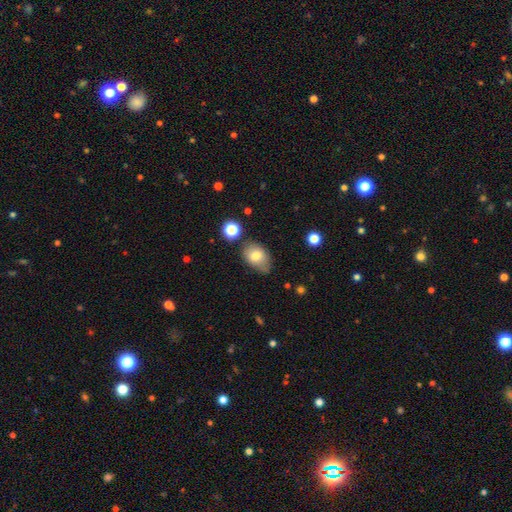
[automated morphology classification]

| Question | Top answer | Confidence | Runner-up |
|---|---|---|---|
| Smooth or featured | smooth | 76% | featured or disk (15%) |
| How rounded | in between | 76% | round (22%) |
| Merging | none | 62% | minor disturbance (27%) |